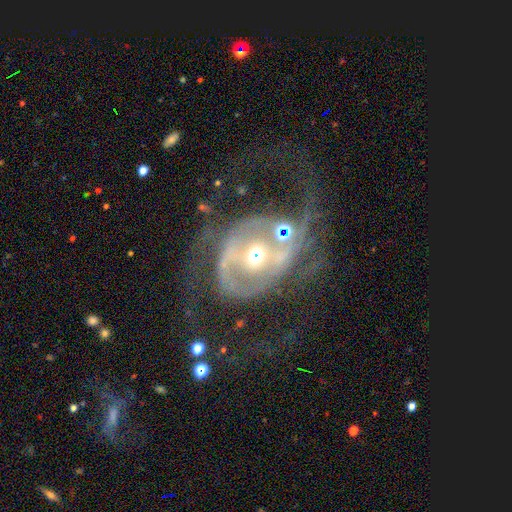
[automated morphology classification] This appears to be a featured or disk galaxy (77%) with no bar (49%), 2 (66%) medium (41%) spiral arms (68%) and a moderate central bulge (57%). Merging: none (37%).